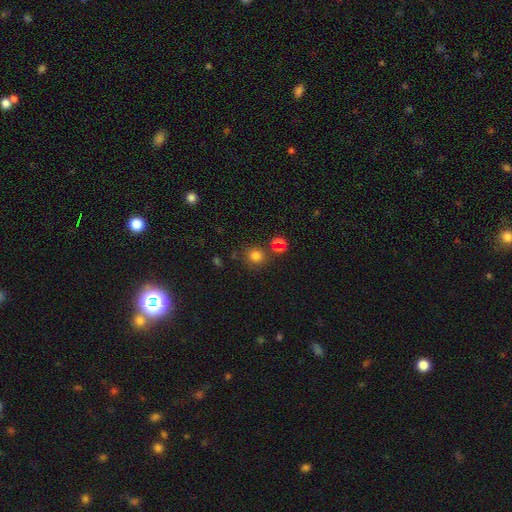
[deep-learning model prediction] Smooth or featured: smooth — 77% (star or artifact — 16%)
How rounded: round — 86% (in between — 13%)
Merging: none — 75% (merger — 11%)